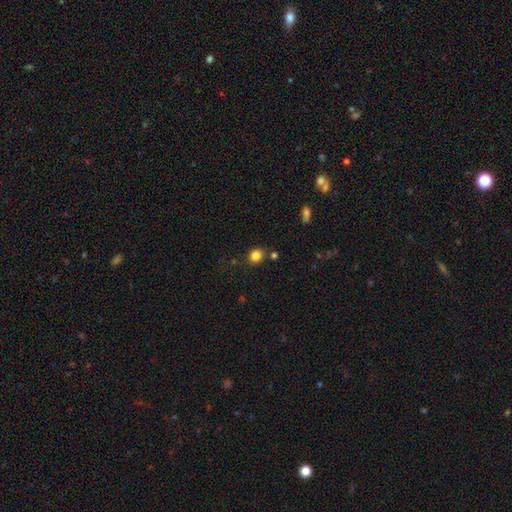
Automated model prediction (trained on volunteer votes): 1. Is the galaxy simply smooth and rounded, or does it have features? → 83% smooth, 12% star or artifact, 5% featured or disk.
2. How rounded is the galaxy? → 73% round, 26% in between, 1% cigar-shaped.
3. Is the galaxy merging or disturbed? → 83% none, 9% minor disturbance, 5% merger, 3% major disturbance.